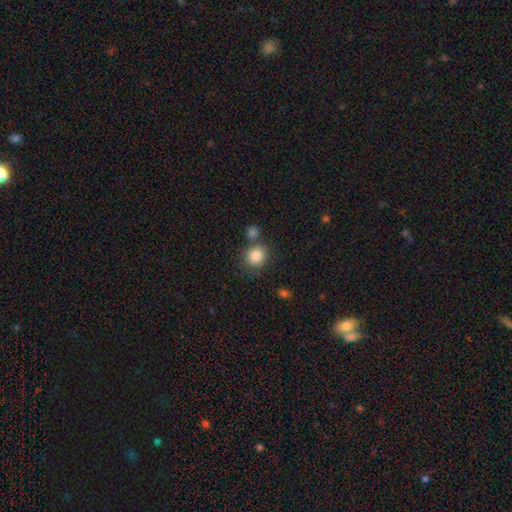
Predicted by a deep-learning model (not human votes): Smooth or featured?
  - smooth: 85% *
  - star or artifact: 9%
  - featured or disk: 6%
How rounded?
  - round: 83% *
  - in between: 16%
  - cigar-shaped: 1%
Merging?
  - none: 67% *
  - merger: 16%
  - minor disturbance: 13%
  - major disturbance: 4%